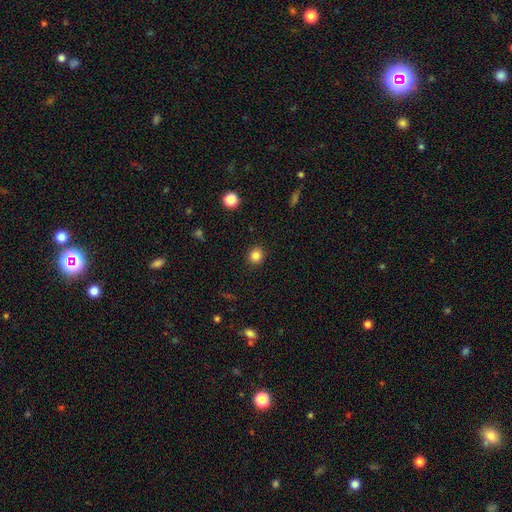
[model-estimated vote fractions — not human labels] This is clearly a smooth galaxy (84%). How rounded: clearly round (86%). Merging: clearly none (91%).